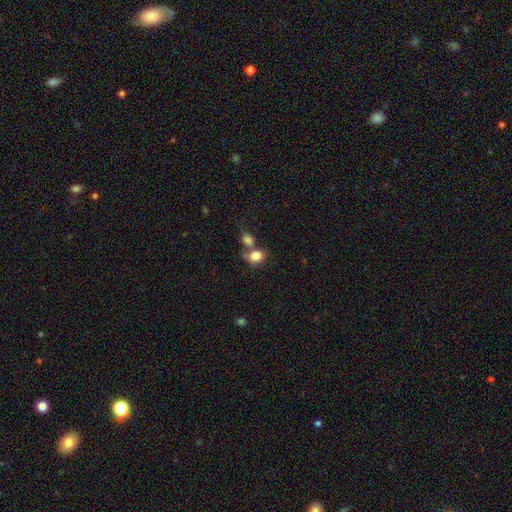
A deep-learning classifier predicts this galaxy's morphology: The model was most divided on "merging": none: 42%, merger: 39%, minor disturbance: 13%, major disturbance: 6%. More confident: smooth or featured — smooth (81%); how rounded — round (54%).